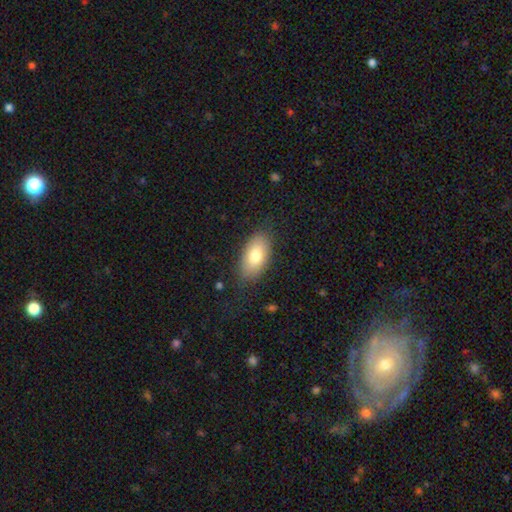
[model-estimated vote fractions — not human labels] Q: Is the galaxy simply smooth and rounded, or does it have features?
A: smooth — 77%.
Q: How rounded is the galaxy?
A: in between — 92%.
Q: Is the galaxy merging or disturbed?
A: none — 80%.